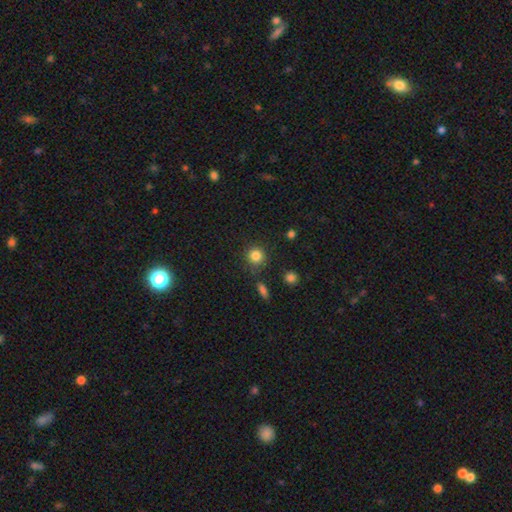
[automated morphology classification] smooth 83%, star or artifact 12%, featured or disk 5%. Down the decision tree: how rounded — round (90%); merging — none (80%).